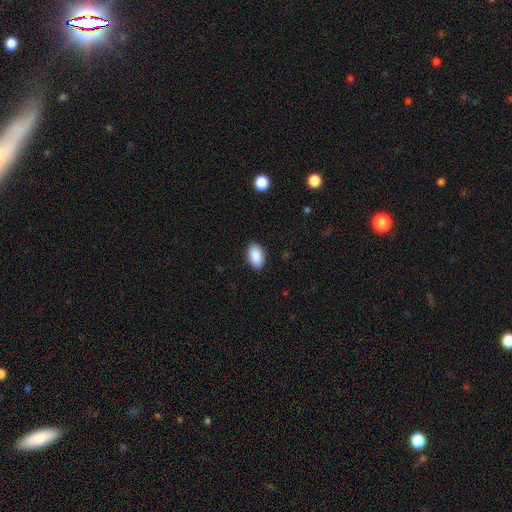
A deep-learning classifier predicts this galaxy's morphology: Smooth or featured? Predicted: smooth (p=0.90). How rounded? Predicted: in between (p=0.94). Merging? Predicted: none (p=0.89).